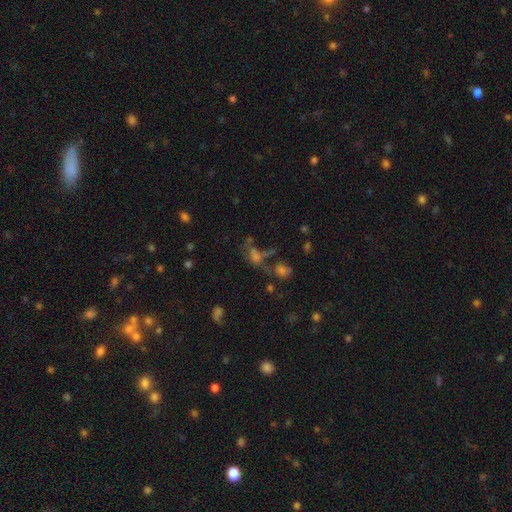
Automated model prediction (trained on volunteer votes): This appears to be a star or artifact, not a galaxy (38%).